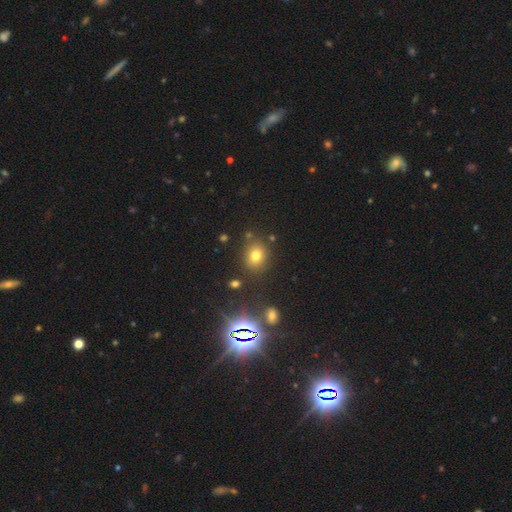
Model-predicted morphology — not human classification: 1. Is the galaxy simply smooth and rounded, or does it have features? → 71% smooth, 20% star or artifact, 9% featured or disk.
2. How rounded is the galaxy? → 65% round, 34% in between, 1% cigar-shaped.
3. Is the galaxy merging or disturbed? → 79% none, 11% minor disturbance, 6% merger, 4% major disturbance.